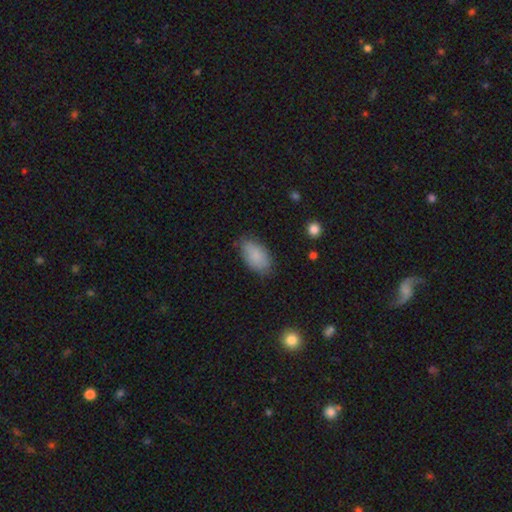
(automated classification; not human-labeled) smooth 85%, featured or disk 9%, star or artifact 7%. Down the decision tree: how rounded — in between (94%); merging — none (78%).